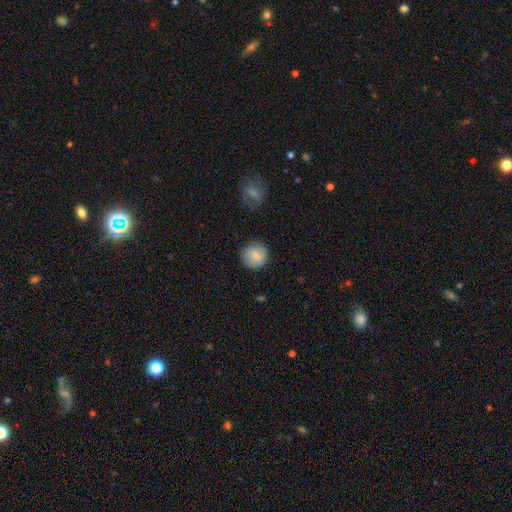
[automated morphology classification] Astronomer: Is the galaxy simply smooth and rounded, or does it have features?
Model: smooth — 78%.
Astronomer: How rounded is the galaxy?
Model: round — 92%.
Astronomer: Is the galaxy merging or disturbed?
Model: none — 86%.